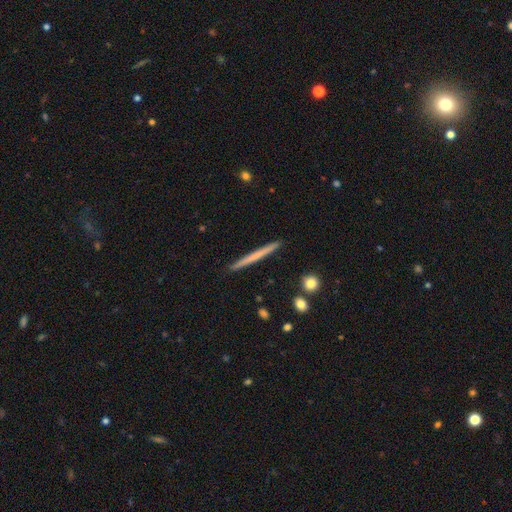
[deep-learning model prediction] smooth-or-featured: smooth: 52% | featured or disk: 42% | star or artifact: 5%
  how-rounded: cigar-shaped: 97% | in between: 2% | round: 1%
  merging: none: 92% | minor disturbance: 5% | merger: 1% | major disturbance: 1%